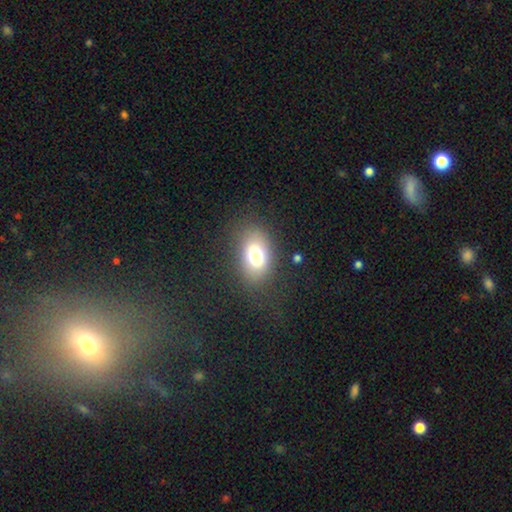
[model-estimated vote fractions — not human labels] Q: Smooth or featured?
A: smooth (72%); runner-up: featured or disk (15%)
Q: How rounded?
A: in between (80%); runner-up: round (18%)
Q: Merging?
A: none (77%); runner-up: minor disturbance (14%)